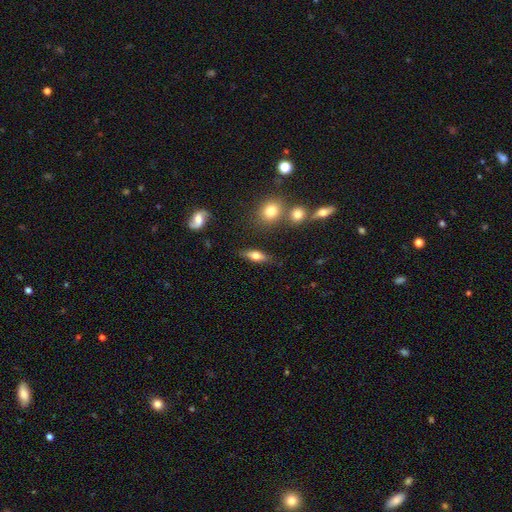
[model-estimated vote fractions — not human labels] The model was most divided on "smooth or featured": smooth: 61%, featured or disk: 31%, star or artifact: 8%. More confident: merging — none (79%); how rounded — in between (64%).